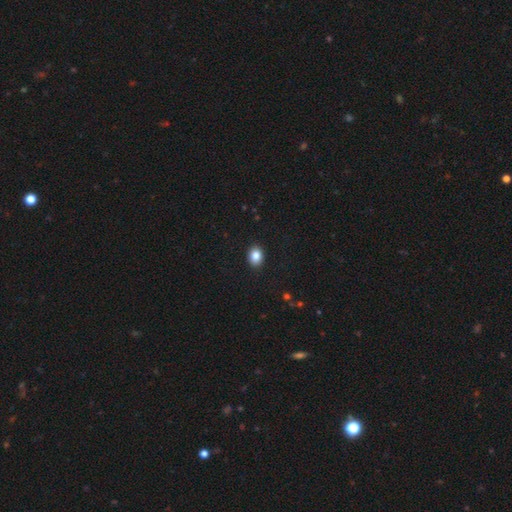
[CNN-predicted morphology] Smooth or featured? Predicted: smooth (p=0.86). How rounded? Predicted: in between (p=0.65). Merging? Predicted: none (p=0.91).